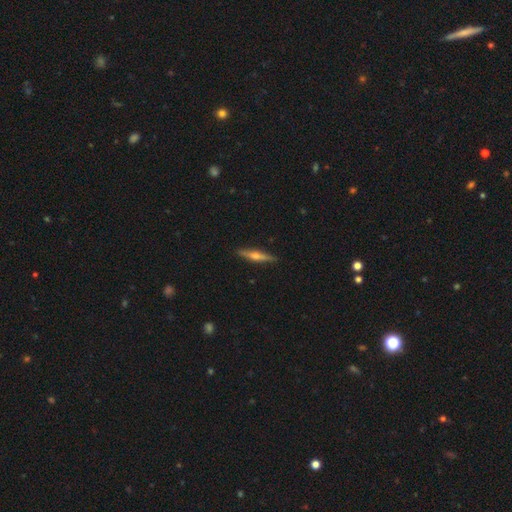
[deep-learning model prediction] smooth_or_featured: featured or disk (p=0.65) [alt: smooth p=0.29]
disk_edge_on: yes (p=0.97) [alt: no p=0.03]
edge_on_bulge: rounded (p=0.88) [alt: none p=0.07]
merging: none (p=0.90) [alt: minor disturbance p=0.08]